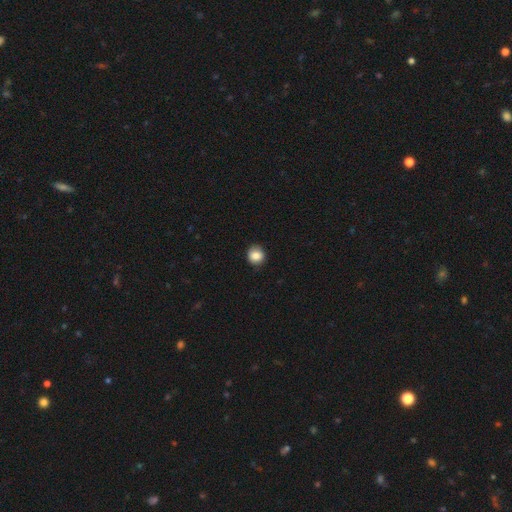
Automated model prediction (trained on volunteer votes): This is clearly a smooth galaxy (86%). How rounded: clearly round (80%). Merging: clearly none (85%).